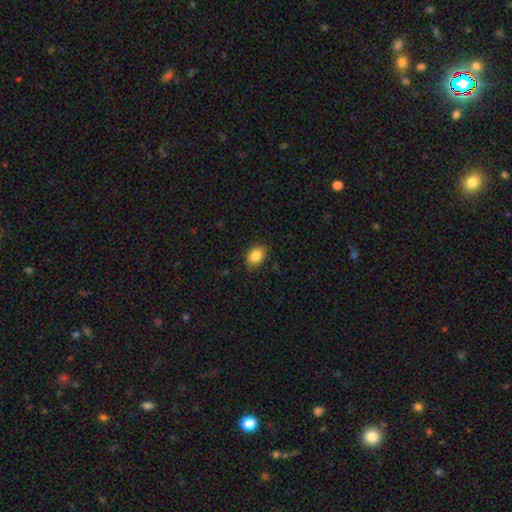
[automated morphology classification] This is clearly a smooth galaxy (86%). How rounded: likely in between (73%). Merging: clearly none (87%).